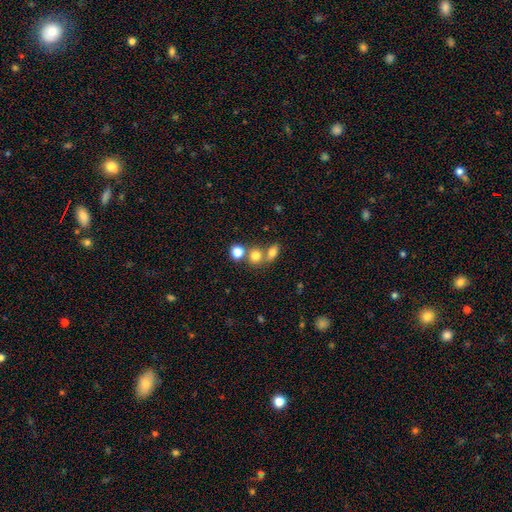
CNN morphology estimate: smooth-or-featured: smooth: 76% | star or artifact: 14% | featured or disk: 11%
  how-rounded: round: 74% | in between: 24% | cigar-shaped: 1%
  merging: none: 47% | merger: 42% | minor disturbance: 7% | major disturbance: 4%